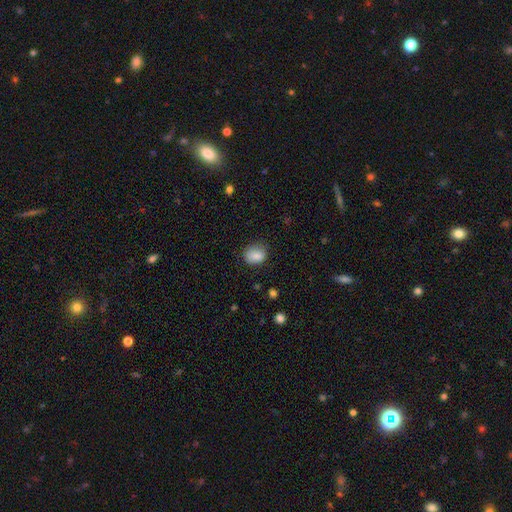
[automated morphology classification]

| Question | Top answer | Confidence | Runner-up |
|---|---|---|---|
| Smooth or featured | smooth | 85% | star or artifact (9%) |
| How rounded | round | 53% | in between (46%) |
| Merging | none | 68% | minor disturbance (24%) |